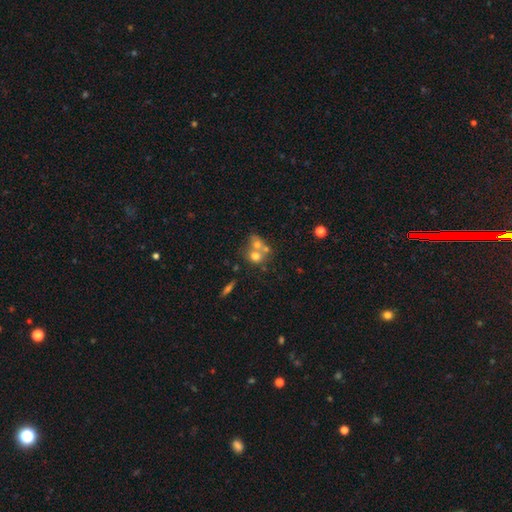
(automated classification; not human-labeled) Q: Smooth or featured?
A: smooth (60%); runner-up: featured or disk (27%)
Q: How rounded?
A: round (70%); runner-up: in between (28%)
Q: Merging?
A: merger (62%); runner-up: none (26%)